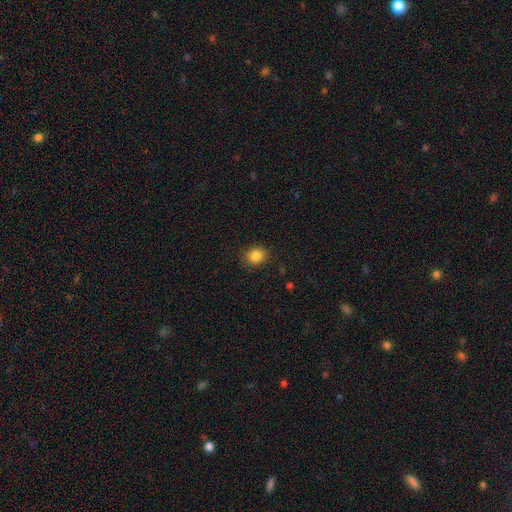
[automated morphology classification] type=smooth (85%); roundness=round (61%); merging=none (85%).